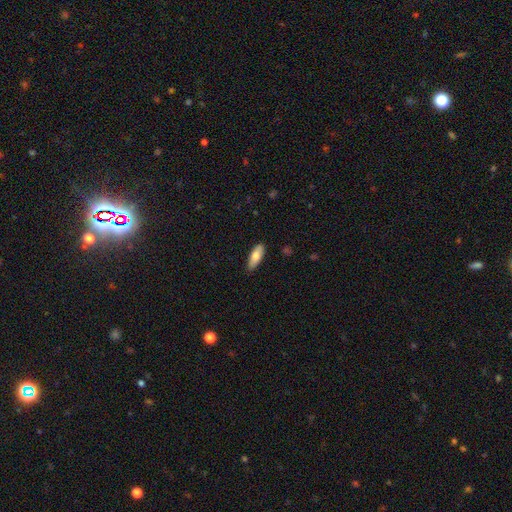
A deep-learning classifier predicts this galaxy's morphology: A smooth galaxy with no disk features (77%) that is in between round and cigar-shaped (67%).

Vote fractions:
- Smooth or featured? smooth: 77% / featured or disk: 17% / star or artifact: 6%
- How rounded? in between: 67% / cigar-shaped: 31% / round: 2%
- Merging? none: 84% / minor disturbance: 13% / major disturbance: 2% / merger: 1%